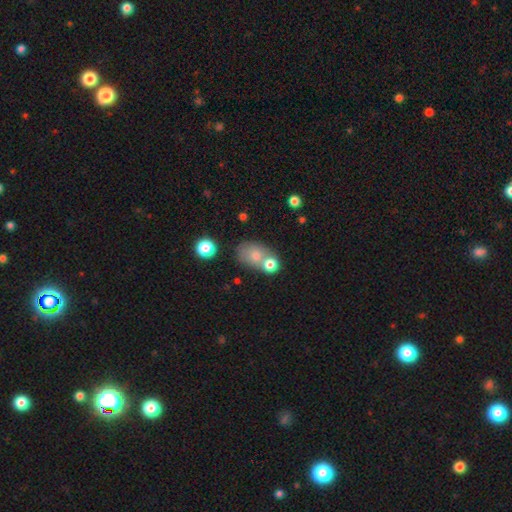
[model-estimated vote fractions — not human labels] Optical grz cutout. It shows a smooth galaxy with no disk features (74%) that is in between round and cigar-shaped (59%). Merging: merger (49%).